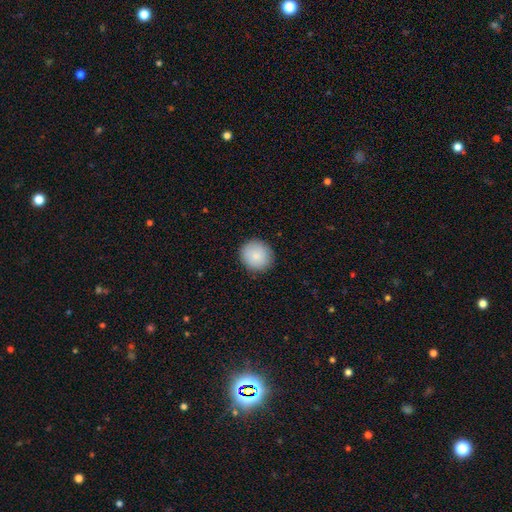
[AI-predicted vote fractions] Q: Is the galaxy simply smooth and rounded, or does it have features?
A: smooth — 87%.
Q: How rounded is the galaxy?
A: round — 90%.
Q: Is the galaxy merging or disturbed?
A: none — 90%.